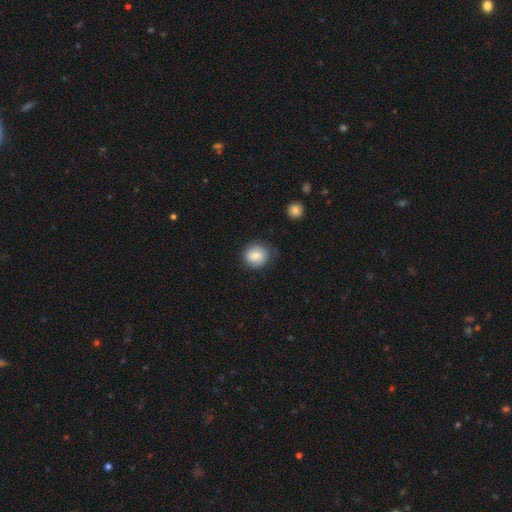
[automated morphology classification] Overall: smooth (81%). How rounded: round (85%). Merging: none (76%).